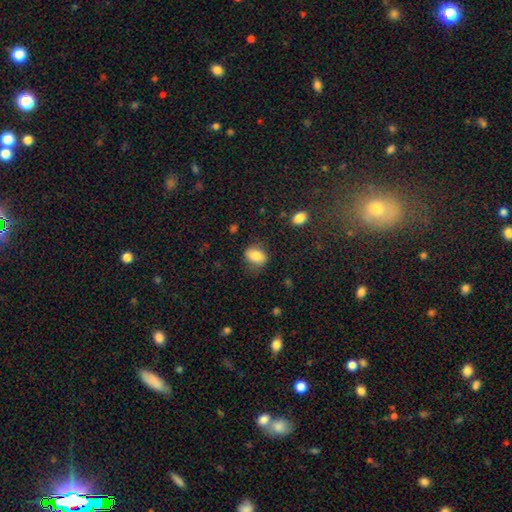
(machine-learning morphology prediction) Q: Smooth or featured?
A: smooth (83%); runner-up: featured or disk (9%)
Q: How rounded?
A: in between (72%); runner-up: round (26%)
Q: Merging?
A: none (76%); runner-up: minor disturbance (18%)